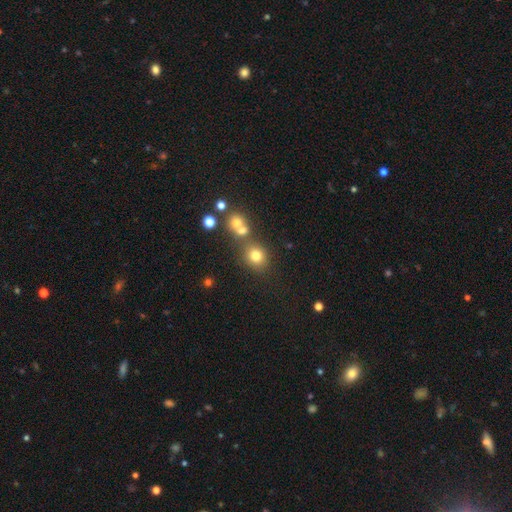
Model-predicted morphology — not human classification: type=smooth (75%); roundness=round (79%); merging=none (66%).